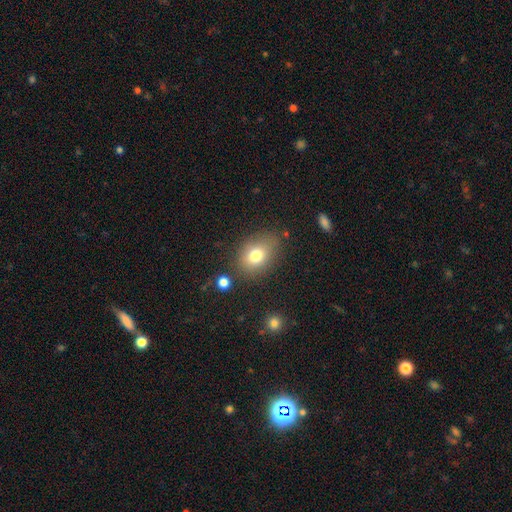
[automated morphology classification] smooth-or-featured: smooth: 77% | featured or disk: 12% | star or artifact: 11%
  how-rounded: in between: 69% | round: 30% | cigar-shaped: 1%
  merging: none: 73% | minor disturbance: 17% | major disturbance: 6% | merger: 4%